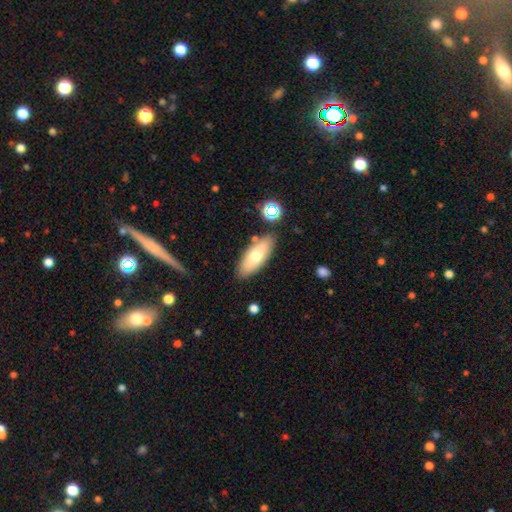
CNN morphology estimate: type=smooth (66%); roundness=in between (76%); merging=none (82%).